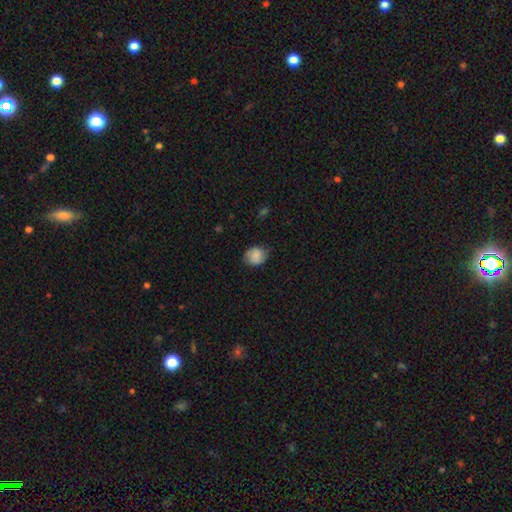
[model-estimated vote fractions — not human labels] Q: Smooth or featured?
A: smooth (83%); runner-up: featured or disk (9%)
Q: How rounded?
A: round (59%); runner-up: in between (40%)
Q: Merging?
A: none (74%); runner-up: minor disturbance (20%)